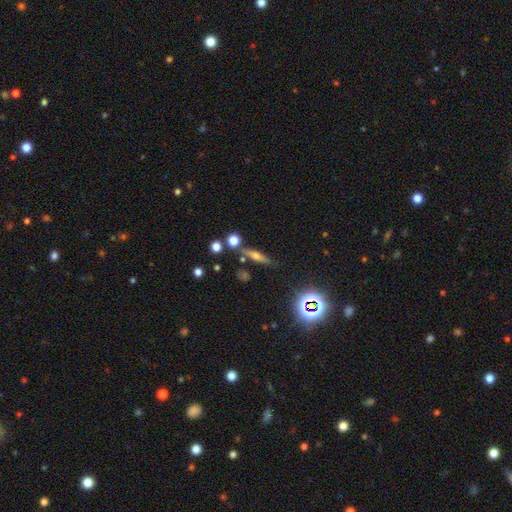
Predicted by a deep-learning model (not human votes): The model was most divided on "smooth or featured": smooth: 44%, featured or disk: 40%, star or artifact: 16%. More confident: merging — none (75%).